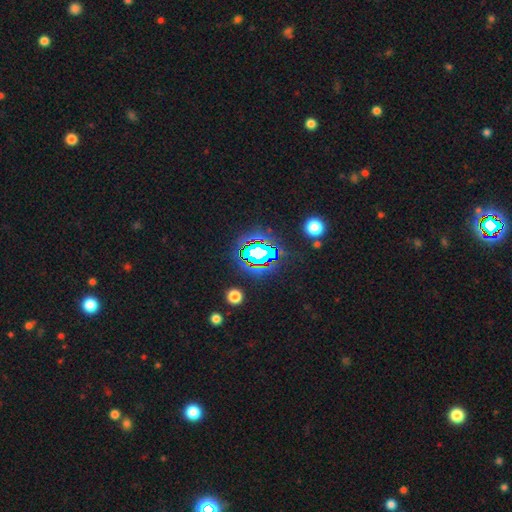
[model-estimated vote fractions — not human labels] A star or artifact, not a galaxy (81%).

Vote fractions:
- Smooth or featured? star or artifact: 81% / smooth: 11% / featured or disk: 7%